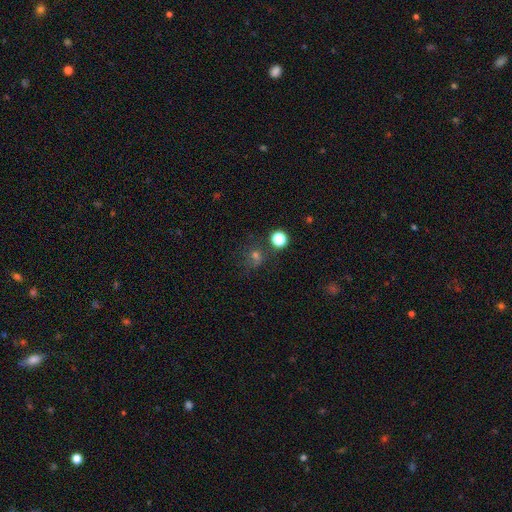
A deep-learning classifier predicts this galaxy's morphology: Overall: smooth (51%; star or artifact 36%). How rounded: round (80%). Merging: none (66%).